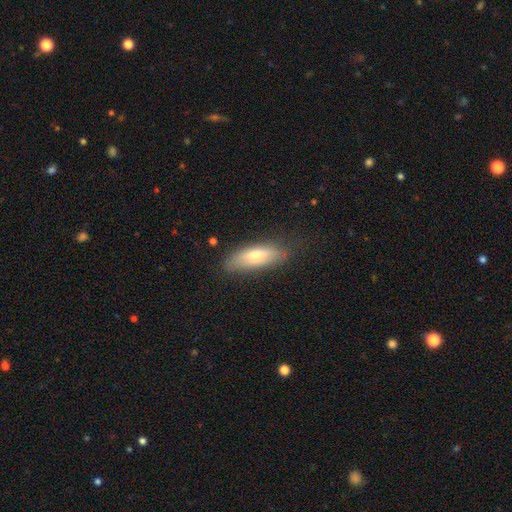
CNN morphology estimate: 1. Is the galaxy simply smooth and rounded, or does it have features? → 65% smooth, 28% featured or disk, 7% star or artifact.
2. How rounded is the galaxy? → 54% in between, 44% cigar-shaped, 2% round.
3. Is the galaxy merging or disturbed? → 75% none, 19% minor disturbance, 5% major disturbance, 2% merger.